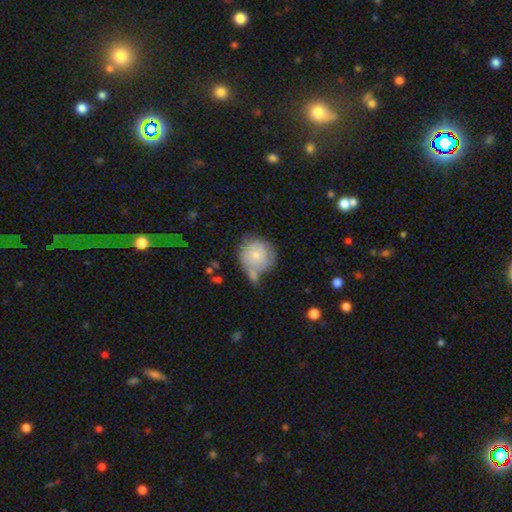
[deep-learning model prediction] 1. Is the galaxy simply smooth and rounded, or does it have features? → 71% smooth, 22% featured or disk, 7% star or artifact.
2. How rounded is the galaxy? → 89% round, 10% in between, 1% cigar-shaped.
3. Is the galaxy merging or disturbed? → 45% none, 24% minor disturbance, 22% merger, 10% major disturbance.